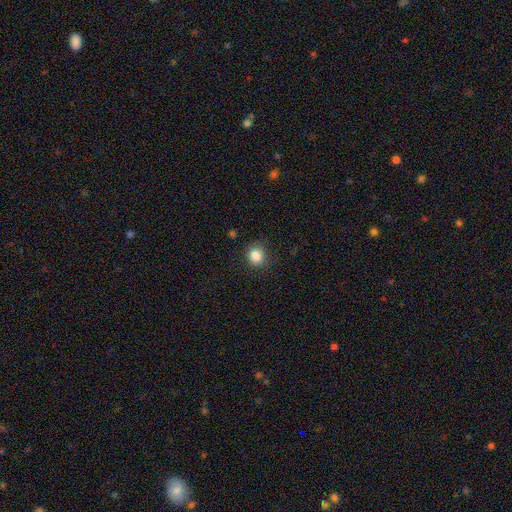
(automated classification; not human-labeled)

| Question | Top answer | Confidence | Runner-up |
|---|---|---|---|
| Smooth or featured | smooth | 86% | star or artifact (10%) |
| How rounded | round | 76% | in between (24%) |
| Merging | none | 81% | minor disturbance (14%) |